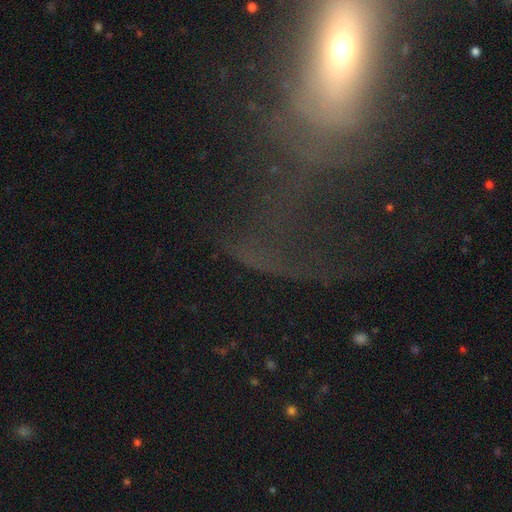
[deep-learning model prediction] This appears to be a featured or disk galaxy (37%). Merging: major disturbance (49%).